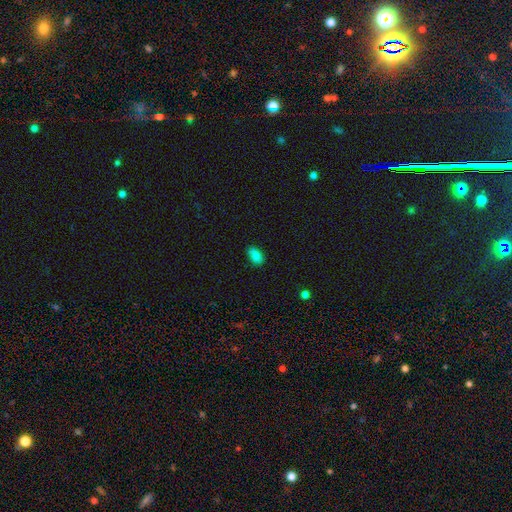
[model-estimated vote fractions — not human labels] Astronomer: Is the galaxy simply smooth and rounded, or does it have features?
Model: smooth — 85%.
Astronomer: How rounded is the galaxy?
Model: in between — 91%.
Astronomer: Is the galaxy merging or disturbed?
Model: none — 78%.